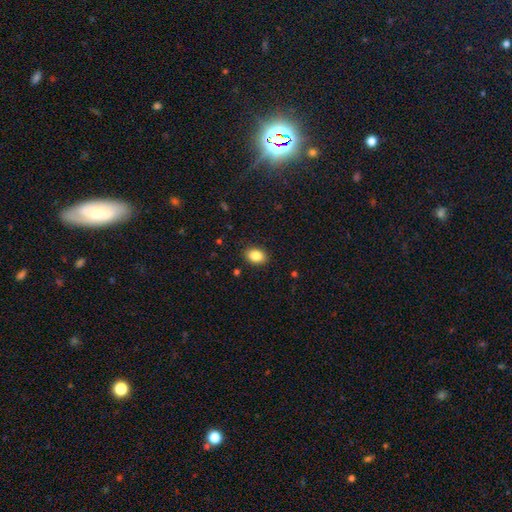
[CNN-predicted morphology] A smooth galaxy with no disk features (86%) that is in between round and cigar-shaped (79%).

Vote fractions:
- Smooth or featured? smooth: 86% / star or artifact: 8% / featured or disk: 5%
- How rounded? in between: 79% / round: 20% / cigar-shaped: 1%
- Merging? none: 88% / minor disturbance: 9% / major disturbance: 2% / merger: 1%